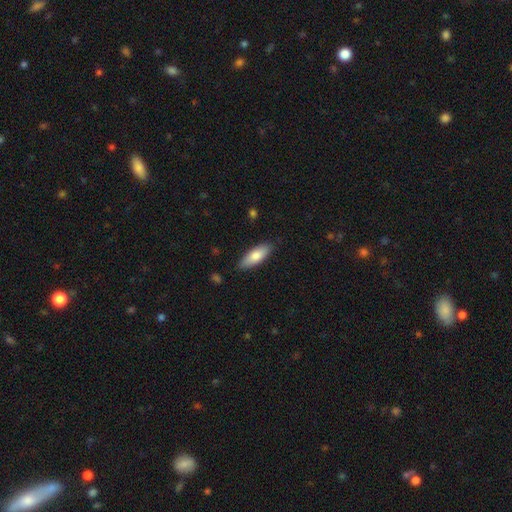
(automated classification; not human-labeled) smooth_or_featured: smooth (p=0.77) [alt: featured or disk p=0.17]
how_rounded: in between (p=0.66) [alt: cigar-shaped p=0.32]
merging: none (p=0.86) [alt: minor disturbance p=0.11]